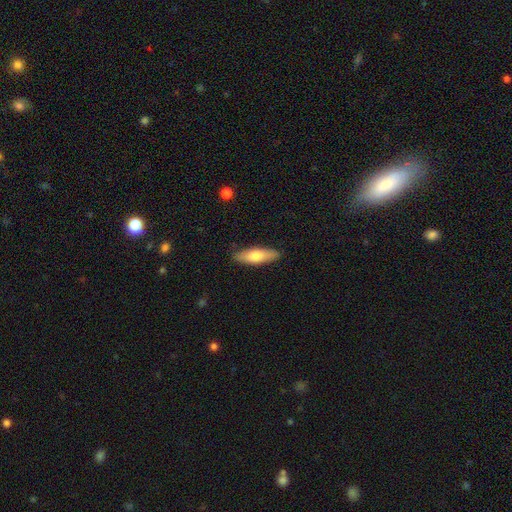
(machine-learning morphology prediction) The model was most divided on "how rounded": cigar-shaped: 50%, in between: 48%, round: 2%. More confident: merging — none (88%); smooth or featured — smooth (69%).